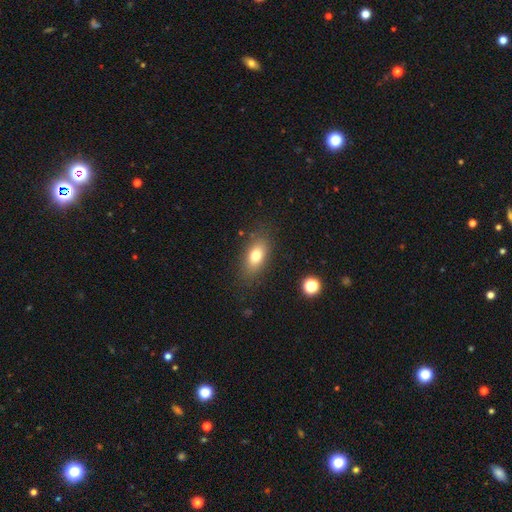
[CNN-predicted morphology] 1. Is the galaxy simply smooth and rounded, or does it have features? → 76% smooth, 15% featured or disk, 9% star or artifact.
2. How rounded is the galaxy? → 84% in between, 8% round, 7% cigar-shaped.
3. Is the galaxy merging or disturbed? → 82% none, 12% minor disturbance, 4% major disturbance, 2% merger.